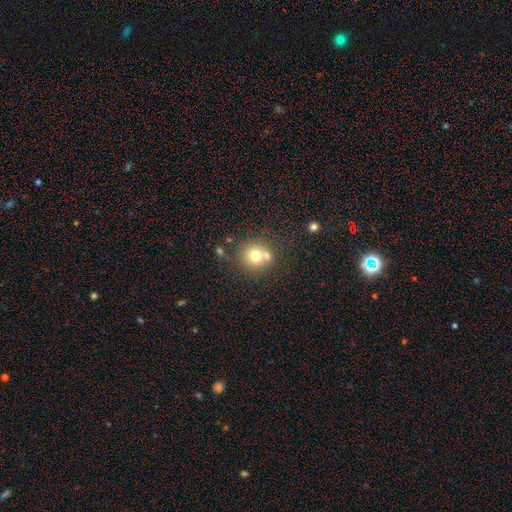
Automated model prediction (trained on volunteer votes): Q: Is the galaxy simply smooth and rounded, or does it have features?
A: smooth — 71%.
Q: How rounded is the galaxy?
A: round — 89%.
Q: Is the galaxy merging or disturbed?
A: none — 60%.